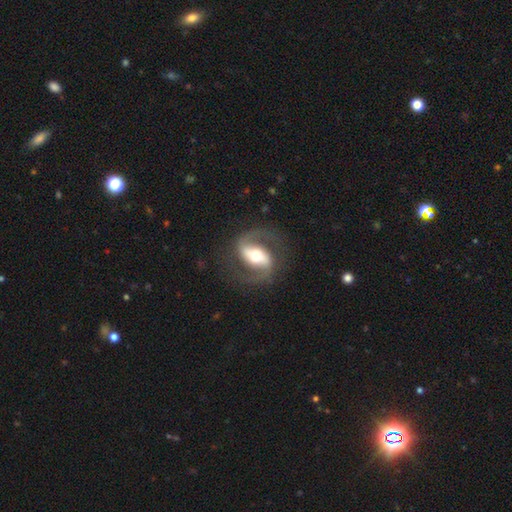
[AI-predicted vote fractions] featured or disk 88%, smooth 8%, star or artifact 4%. Down the decision tree: edge-on disk — no (97%); bar — strong (56%); spiral arms — yes (95%); spiral arm count — 2 (93%); spiral winding — medium (55%); bulge size — moderate (64%); merging — none (80%).